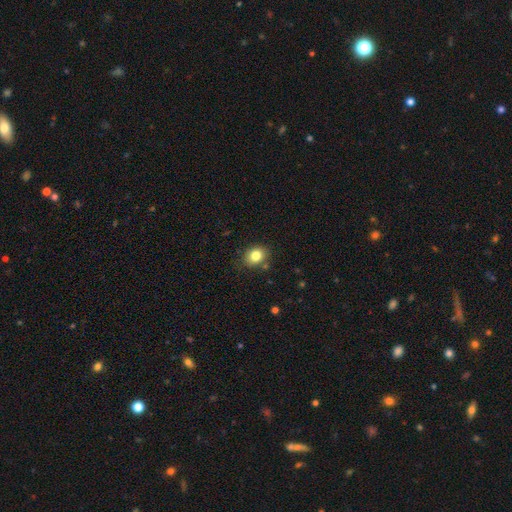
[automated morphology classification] smooth-or-featured: smooth: 82% | star or artifact: 10% | featured or disk: 8%
  how-rounded: round: 50% | in between: 49% | cigar-shaped: 1%
  merging: none: 81% | minor disturbance: 13% | merger: 3% | major disturbance: 3%